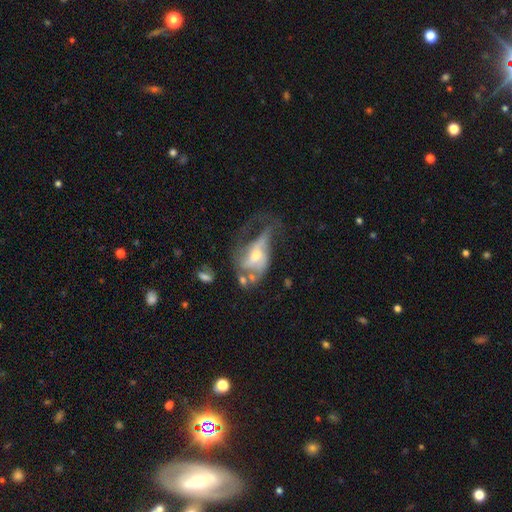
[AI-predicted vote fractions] smooth_or_featured: featured or disk (p=0.66) [alt: smooth p=0.25]
disk_edge_on: no (p=0.92) [alt: yes p=0.08]
bar: no (p=0.54) [alt: weak p=0.33]
has_spiral_arms: yes (p=0.60) [alt: no p=0.40]
bulge_size: moderate (p=0.59) [alt: small p=0.31]
merging: major disturbance (p=0.47) [alt: none p=0.21]